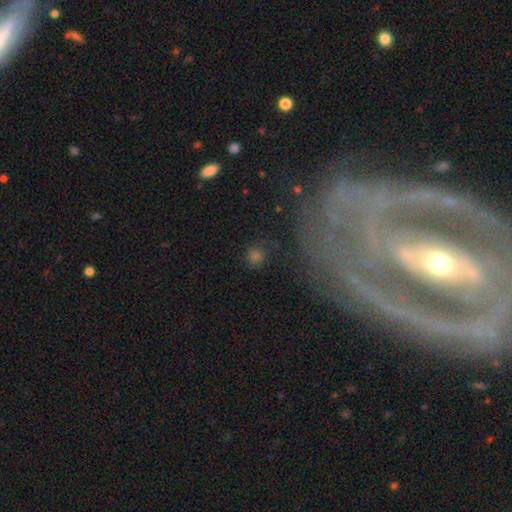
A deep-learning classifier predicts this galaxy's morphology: This is likely a smooth galaxy (62%). How rounded: clearly round (89%). Merging: clearly none (84%).